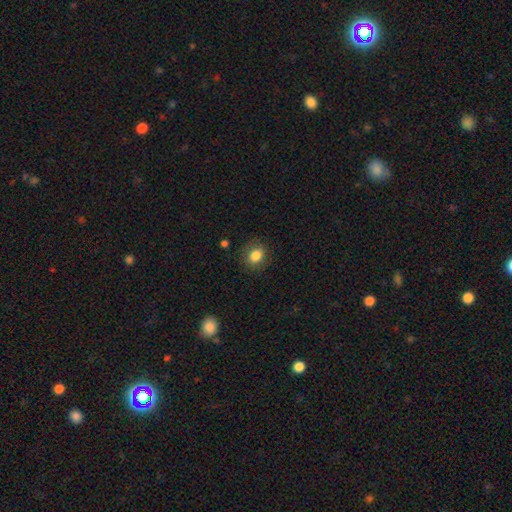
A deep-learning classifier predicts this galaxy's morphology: Overall: smooth (84%). How rounded: round (51%; in between 48%). Merging: none (84%).